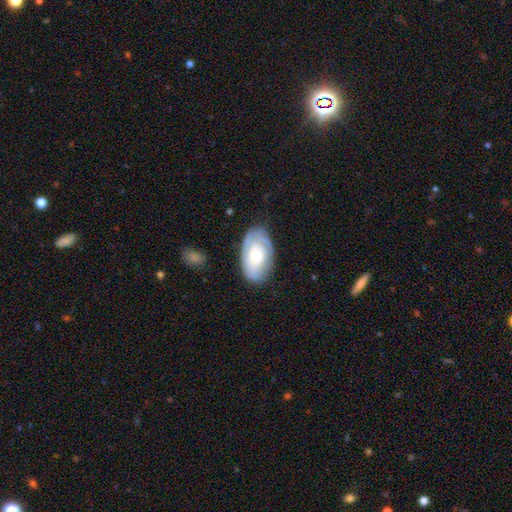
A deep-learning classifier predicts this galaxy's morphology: Q: Smooth or featured?
A: featured or disk (60%); runner-up: smooth (34%)
Q: Edge-on disk?
A: no (94%); runner-up: yes (6%)
Q: Bar?
A: no (79%); runner-up: weak (17%)
Q: Spiral arms?
A: yes (77%); runner-up: no (23%)
Q: Bulge size?
A: moderate (56%); runner-up: small (30%)
Q: Merging?
A: none (73%); runner-up: minor disturbance (20%)